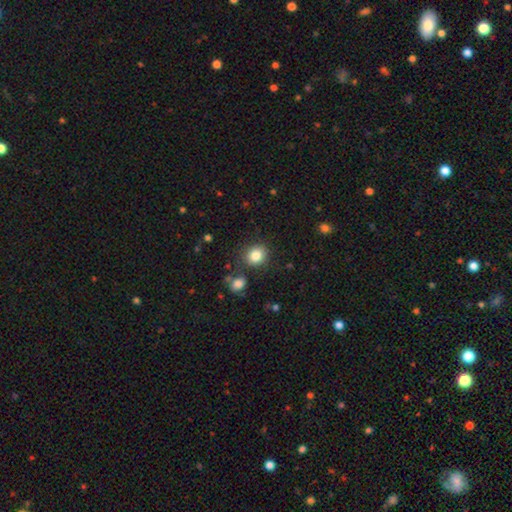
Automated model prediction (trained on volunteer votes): smooth_or_featured: smooth (p=0.84) [alt: star or artifact p=0.10]
how_rounded: round (p=0.77) [alt: in between p=0.22]
merging: none (p=0.82) [alt: minor disturbance p=0.10]